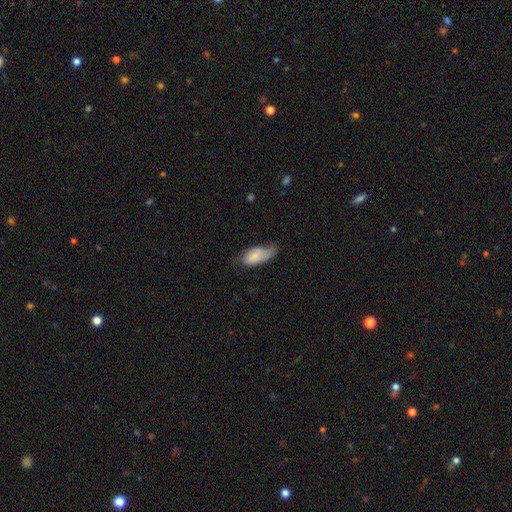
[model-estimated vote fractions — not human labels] Smooth or featured? smooth (72%)
How rounded? in between (90%)
Merging? minor disturbance (40%)